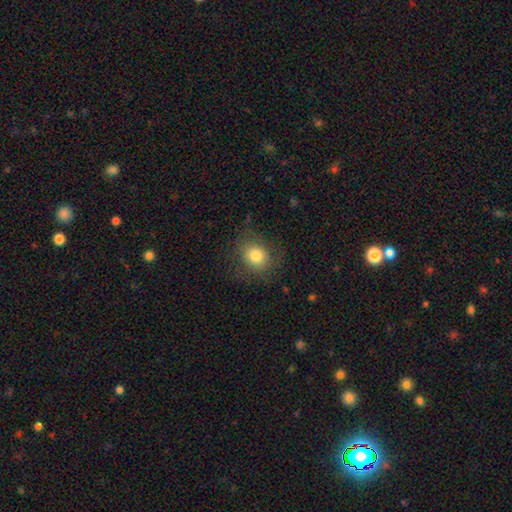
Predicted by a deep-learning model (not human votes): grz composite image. It shows a smooth galaxy with no disk features (81%) that is round (66%). Merging: none (80%).